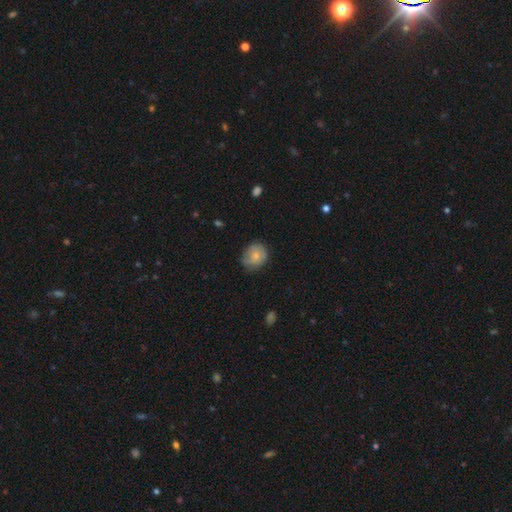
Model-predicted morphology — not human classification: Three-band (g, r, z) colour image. It shows a smooth galaxy with no disk features (71%) that is round (74%). Merging: none (64%).